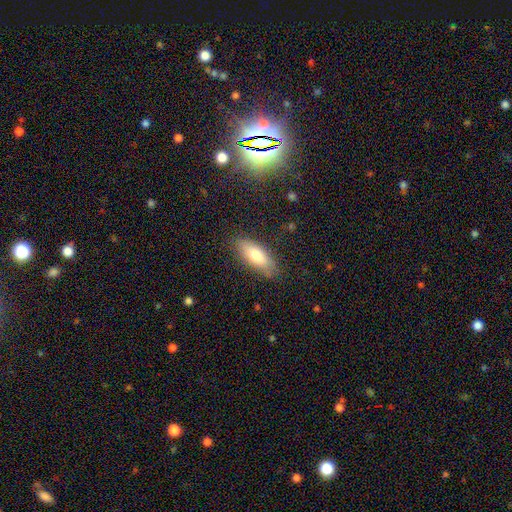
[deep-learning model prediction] This is likely a smooth galaxy (75%). How rounded: likely in between (71%). Merging: clearly none (81%).